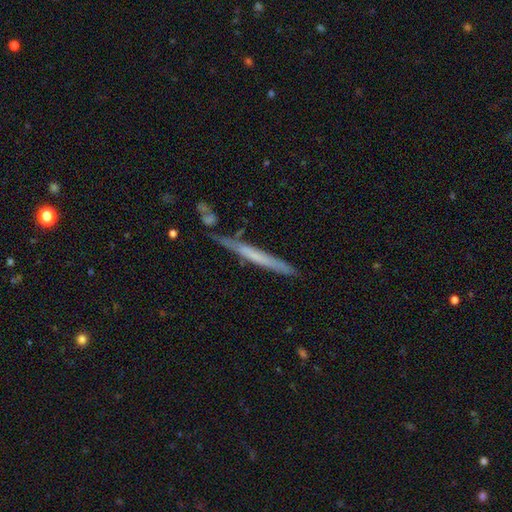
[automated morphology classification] A featured or disk galaxy (48%).

Vote fractions:
- Smooth or featured? featured or disk: 48% / smooth: 45% / star or artifact: 7%
- Merging? none: 71% / minor disturbance: 17% / merger: 8% / major disturbance: 5%